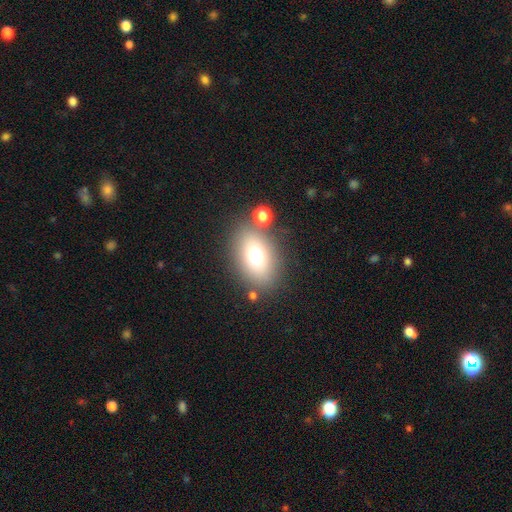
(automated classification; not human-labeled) smooth 72%, featured or disk 15%, star or artifact 13%. Down the decision tree: how rounded — in between (75%); merging — none (76%).